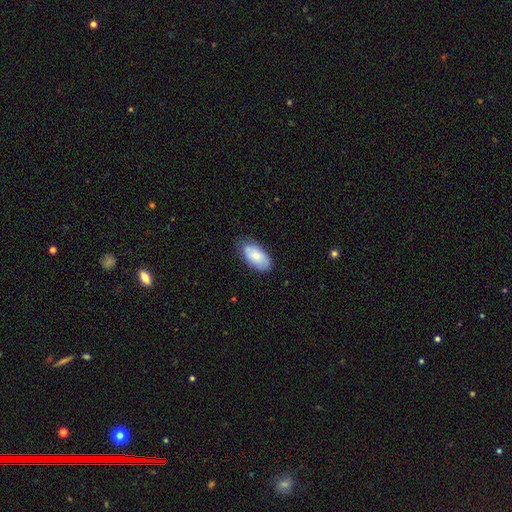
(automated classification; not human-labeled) Smooth or featured? Predicted: smooth (p=0.70). How rounded? Predicted: in between (p=0.94). Merging? Predicted: none (p=0.74).